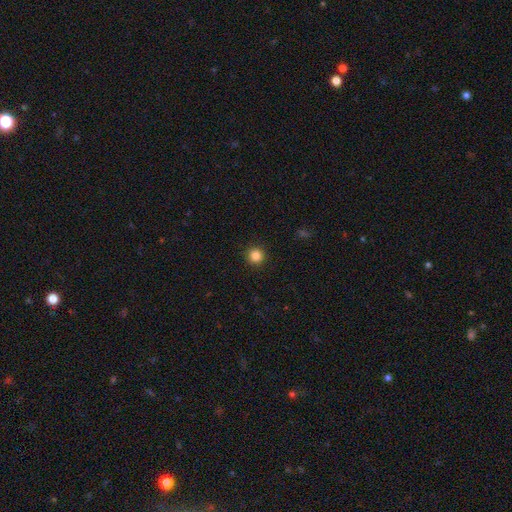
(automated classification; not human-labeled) This appears to be a smooth galaxy with no disk features (85%) that is round (95%). Merging: none (93%).